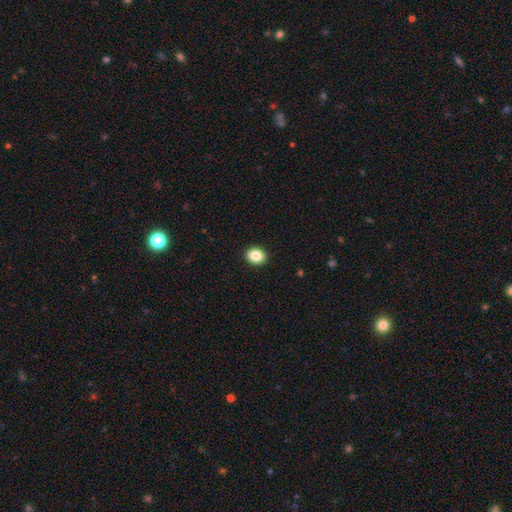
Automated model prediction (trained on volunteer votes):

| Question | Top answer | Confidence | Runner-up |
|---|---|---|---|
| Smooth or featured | smooth | 85% | star or artifact (9%) |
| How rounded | round | 55% | in between (44%) |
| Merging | none | 92% | minor disturbance (5%) |